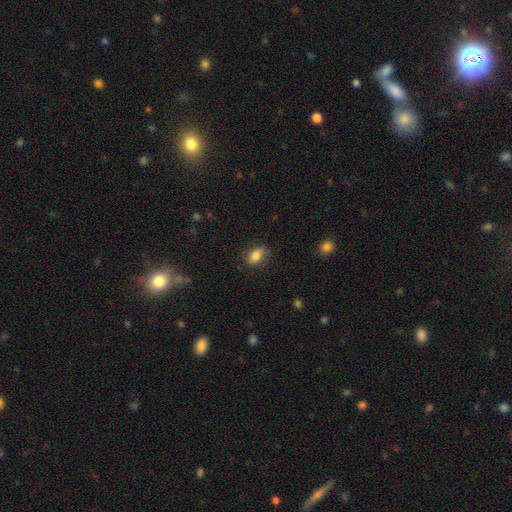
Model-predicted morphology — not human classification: Q: Smooth or featured?
A: smooth (82%); runner-up: featured or disk (9%)
Q: How rounded?
A: in between (80%); runner-up: round (17%)
Q: Merging?
A: none (81%); runner-up: minor disturbance (14%)